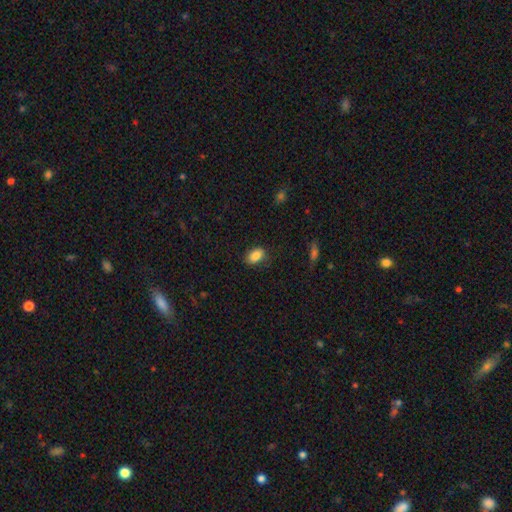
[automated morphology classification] A smooth galaxy with no disk features (86%) that is in between round and cigar-shaped (87%).

Vote fractions:
- Smooth or featured? smooth: 86% / star or artifact: 8% / featured or disk: 6%
- How rounded? in between: 87% / round: 11% / cigar-shaped: 2%
- Merging? none: 81% / minor disturbance: 14% / major disturbance: 3% / merger: 1%